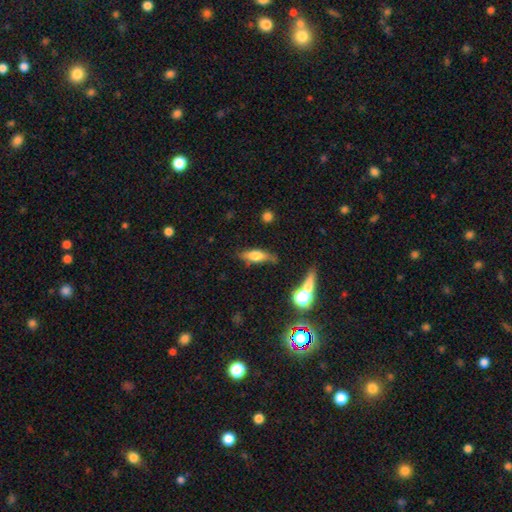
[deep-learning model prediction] A smooth galaxy with no disk features (62%) that is in between round and cigar-shaped (53%). Merging: none (68%).